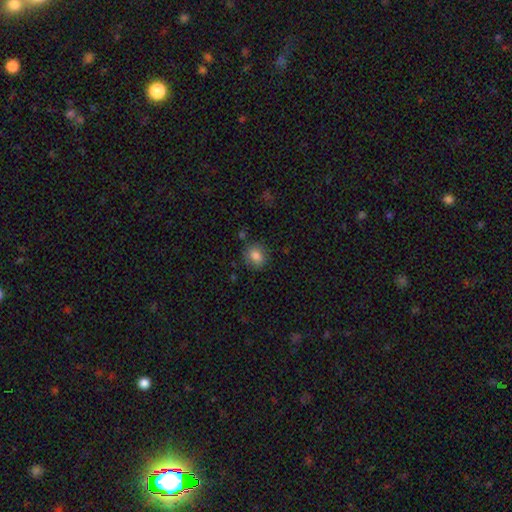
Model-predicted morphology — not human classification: Smooth or featured? Predicted: smooth (p=0.84). How rounded? Predicted: round (p=0.63). Merging? Predicted: none (p=0.82).